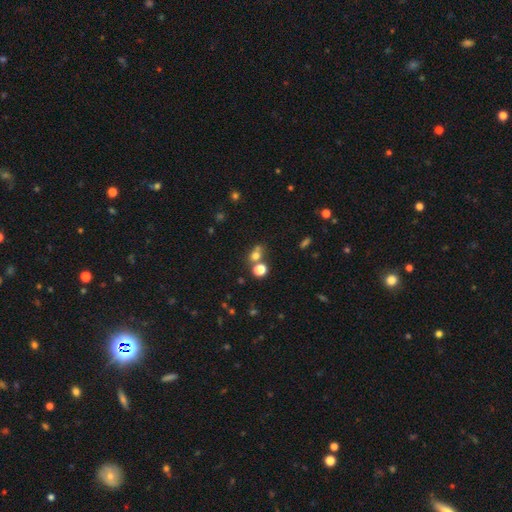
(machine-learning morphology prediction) Smooth or featured? Predicted: smooth (p=0.66). How rounded? Predicted: round (p=0.70). Merging? Predicted: none (p=0.50).